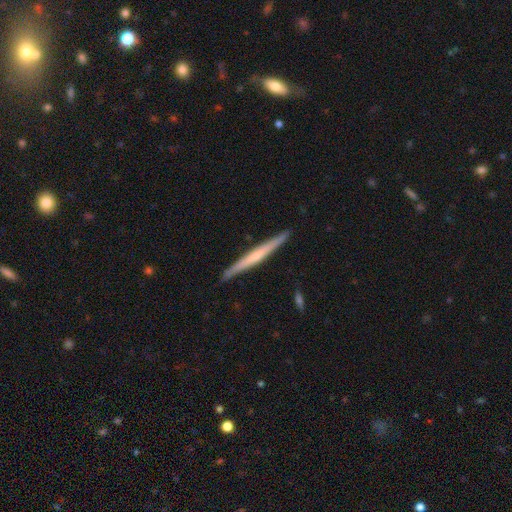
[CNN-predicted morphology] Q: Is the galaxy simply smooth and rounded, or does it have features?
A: featured or disk — 57%.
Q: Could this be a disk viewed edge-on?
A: yes — 97%.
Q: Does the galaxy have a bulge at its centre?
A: none — 54%.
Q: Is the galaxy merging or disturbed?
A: none — 91%.